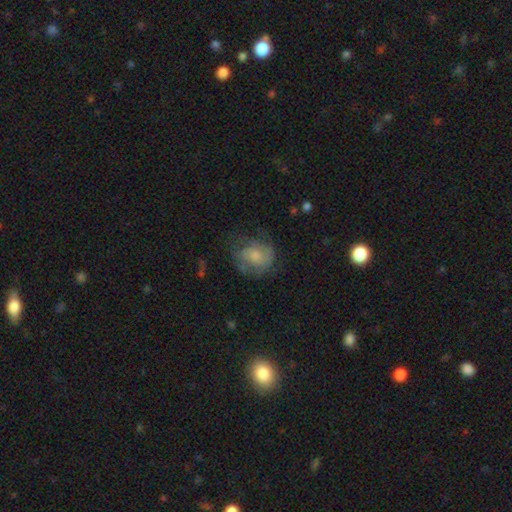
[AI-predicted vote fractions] A smooth galaxy with no disk features (50%).

Vote fractions:
- Smooth or featured? smooth: 50% / featured or disk: 41% / star or artifact: 9%
- Merging? none: 52% / minor disturbance: 25% / major disturbance: 21% / merger: 2%